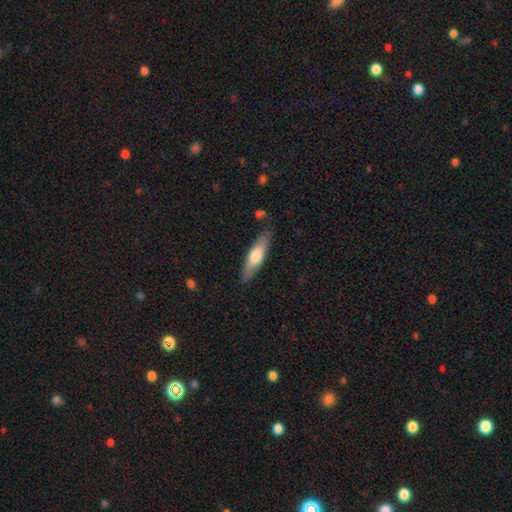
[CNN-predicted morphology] This is possibly a smooth galaxy (59%). How rounded: likely cigar-shaped (65%). Merging: clearly none (84%).